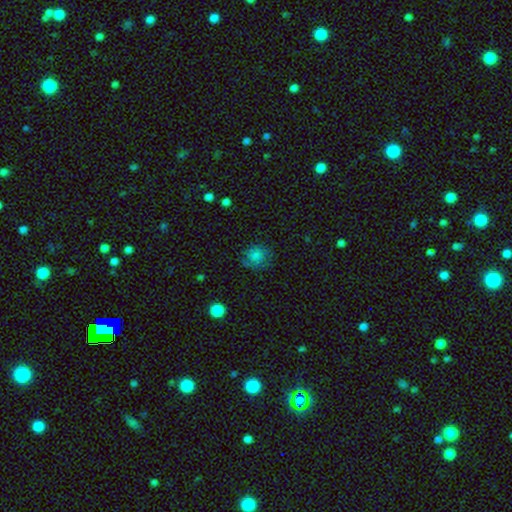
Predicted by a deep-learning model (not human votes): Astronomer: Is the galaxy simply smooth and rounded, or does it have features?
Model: smooth — 77%.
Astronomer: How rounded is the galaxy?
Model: round — 83%.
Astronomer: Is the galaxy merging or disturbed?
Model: none — 71%.